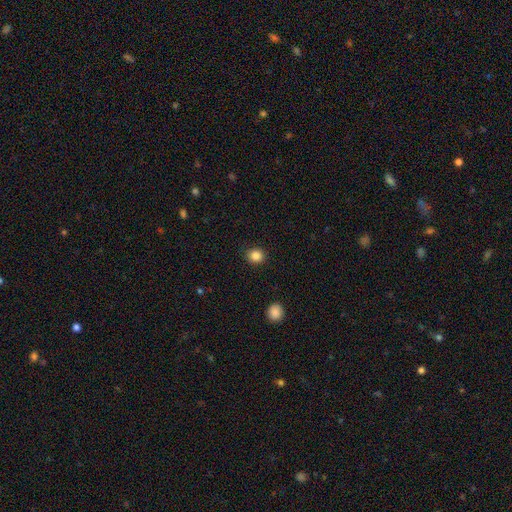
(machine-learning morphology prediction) smooth 85%, star or artifact 11%, featured or disk 4%. Down the decision tree: how rounded — round (82%); merging — none (90%).